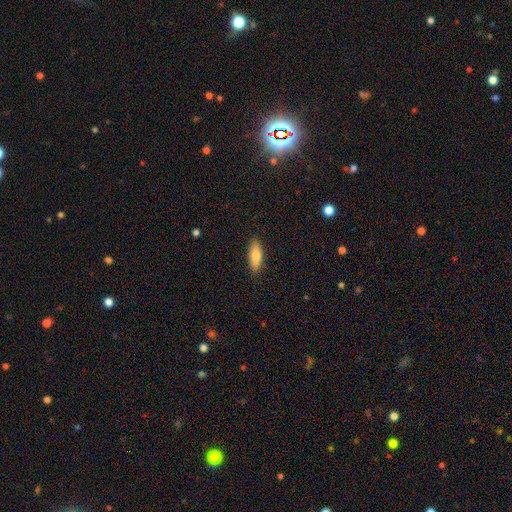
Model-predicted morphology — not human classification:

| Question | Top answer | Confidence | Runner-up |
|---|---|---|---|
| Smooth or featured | smooth | 80% | featured or disk (13%) |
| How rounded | in between | 68% | cigar-shaped (30%) |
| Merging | none | 88% | minor disturbance (9%) |